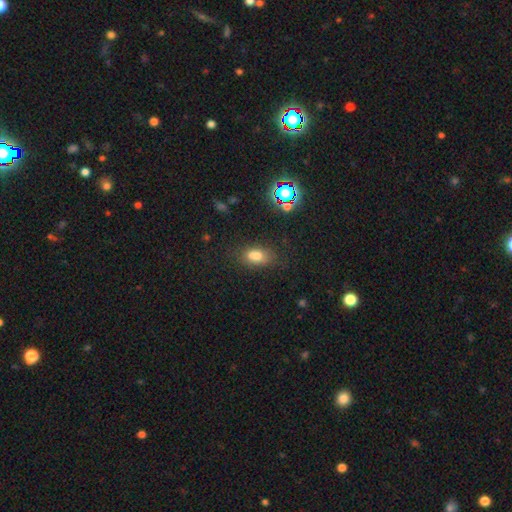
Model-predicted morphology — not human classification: A smooth galaxy with no disk features (72%) that is in between round and cigar-shaped (82%). Merging: none (66%).